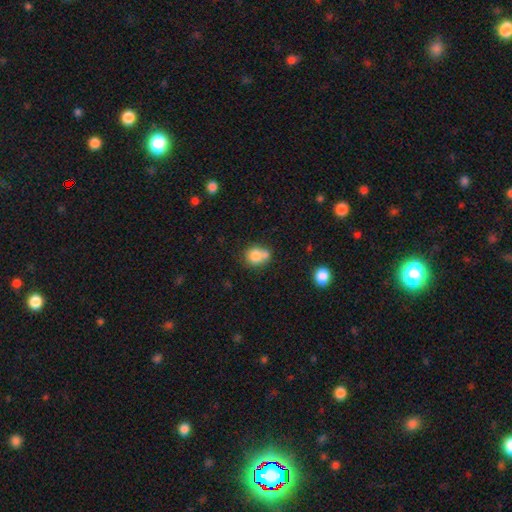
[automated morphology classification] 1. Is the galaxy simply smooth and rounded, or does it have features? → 79% smooth, 11% featured or disk, 10% star or artifact.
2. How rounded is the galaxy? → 77% round, 22% in between, 1% cigar-shaped.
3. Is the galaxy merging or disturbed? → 42% none (tied), 42% merger (tied), 12% minor disturbance, 4% major disturbance.